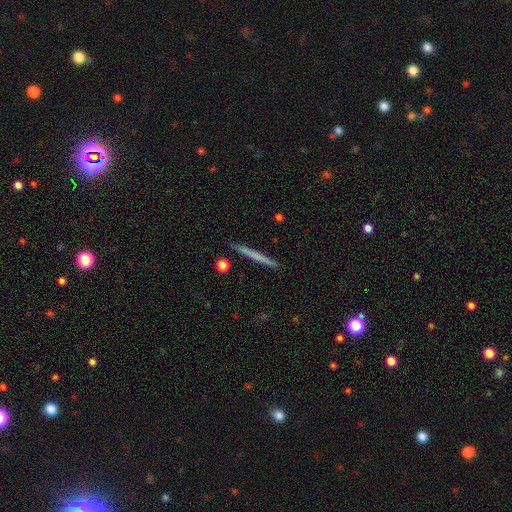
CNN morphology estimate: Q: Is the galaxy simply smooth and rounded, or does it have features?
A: smooth — 57%.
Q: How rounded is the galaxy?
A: cigar-shaped — 97%.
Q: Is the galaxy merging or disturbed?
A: none — 91%.